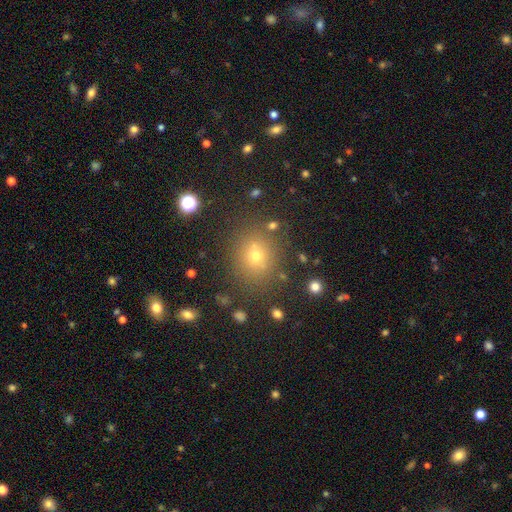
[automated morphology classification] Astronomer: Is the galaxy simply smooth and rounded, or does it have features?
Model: smooth — 66%.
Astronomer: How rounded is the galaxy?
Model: round — 72%.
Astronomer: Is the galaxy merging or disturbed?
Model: none — 80%.